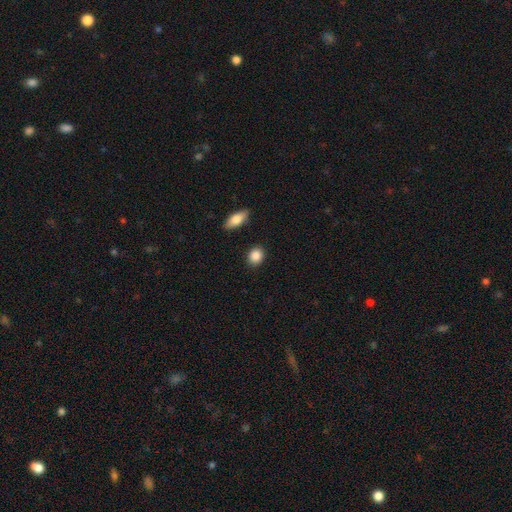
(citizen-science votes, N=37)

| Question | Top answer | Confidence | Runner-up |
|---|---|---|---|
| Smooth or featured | smooth | 95% | featured or disk (3%) |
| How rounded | round | 49% | tied: in between (49%) |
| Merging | none | 89% | minor disturbance (8%) |